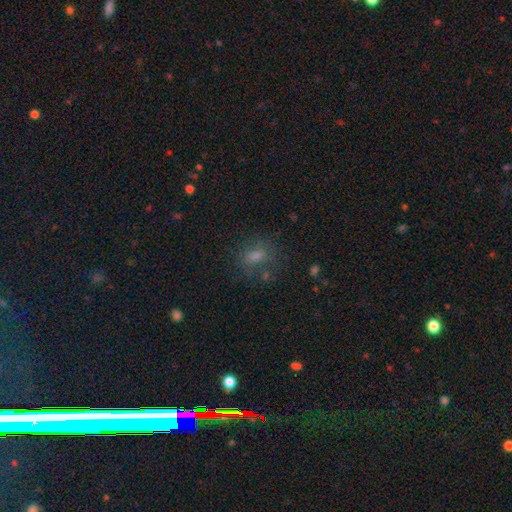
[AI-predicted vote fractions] This appears to be a smooth galaxy with no disk features (66%) that is in between round and cigar-shaped (59%). Merging: none (64%).